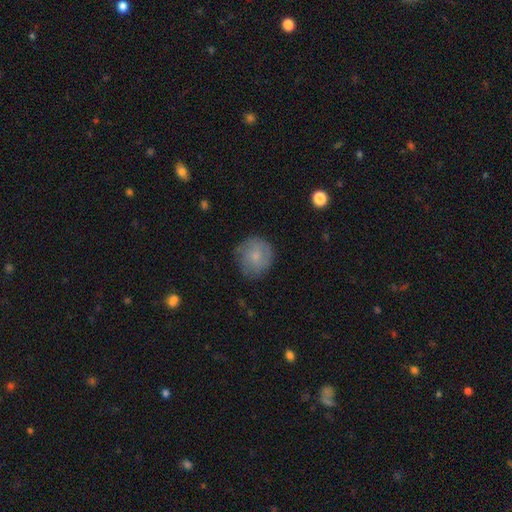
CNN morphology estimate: Smooth or featured?
  - smooth: 68% *
  - featured or disk: 25%
  - star or artifact: 7%
How rounded?
  - round: 88% *
  - in between: 11%
  - cigar-shaped: 1%
Merging?
  - none: 74% *
  - minor disturbance: 19%
  - major disturbance: 6%
  - merger: 1%